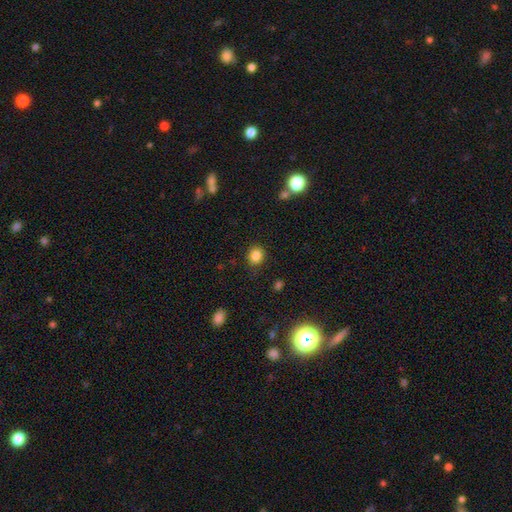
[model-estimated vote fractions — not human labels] smooth 84%, star or artifact 11%, featured or disk 4%. Down the decision tree: how rounded — round (74%); merging — none (84%).